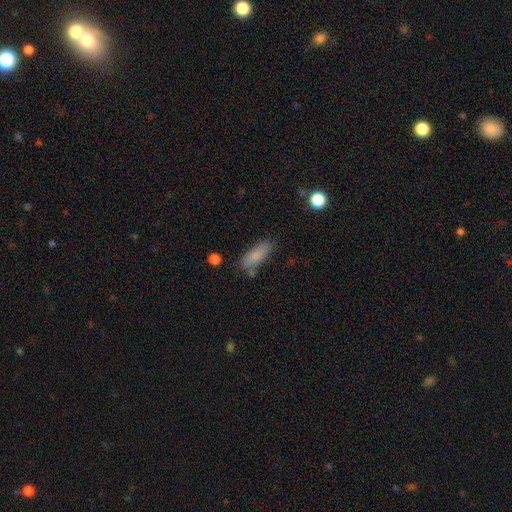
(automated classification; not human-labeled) This is clearly a smooth galaxy (82%). How rounded: likely in between (64%). Merging: likely none (73%).